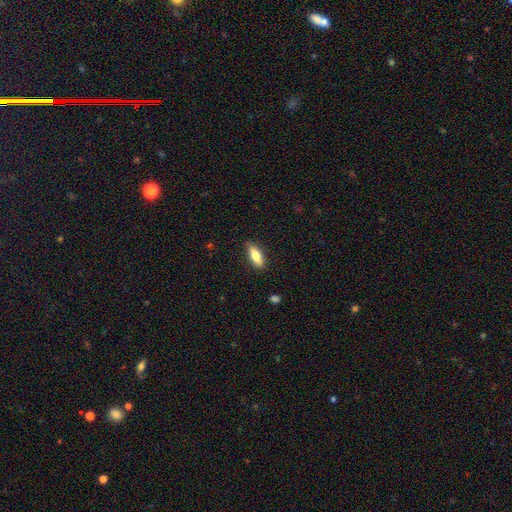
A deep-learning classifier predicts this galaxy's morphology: Smooth or featured? Predicted: smooth (p=0.75). How rounded? Predicted: in between (p=0.63). Merging? Predicted: none (p=0.83).